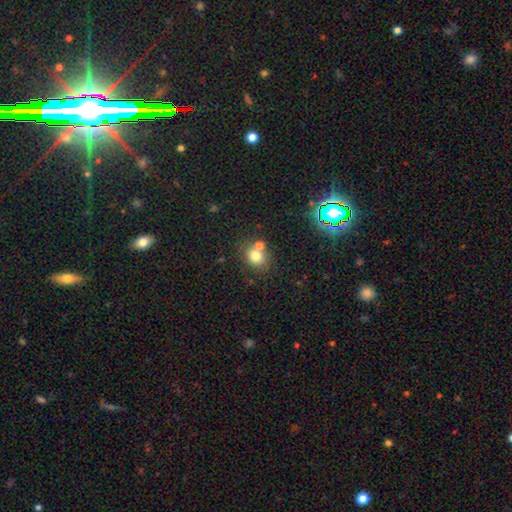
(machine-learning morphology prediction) Smooth or featured? Predicted: smooth (p=0.75). How rounded? Predicted: round (p=0.71). Merging? Predicted: none (p=0.58).